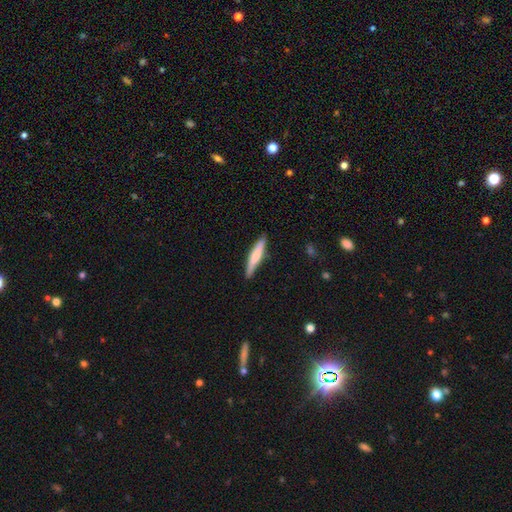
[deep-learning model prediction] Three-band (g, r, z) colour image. It shows a smooth galaxy with no disk features (59%) that is cigar-shaped (90%). Merging: none (88%).